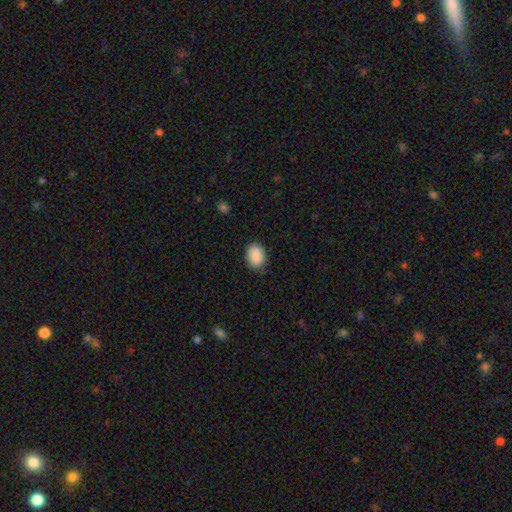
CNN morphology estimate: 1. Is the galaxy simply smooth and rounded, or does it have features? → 90% smooth, 7% star or artifact, 3% featured or disk.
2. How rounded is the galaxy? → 78% in between, 21% round, 1% cigar-shaped.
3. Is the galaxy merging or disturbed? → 79% none, 16% minor disturbance, 3% major disturbance, 1% merger.